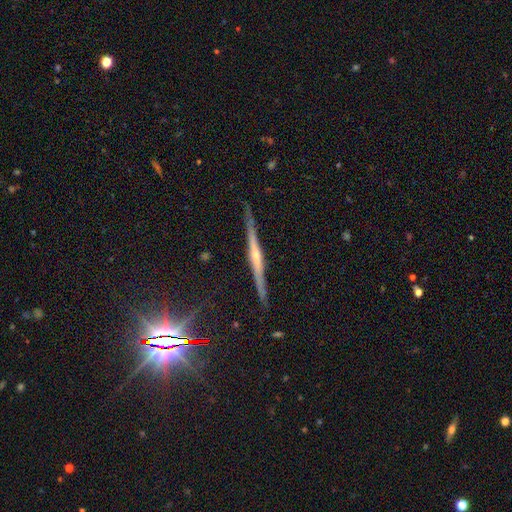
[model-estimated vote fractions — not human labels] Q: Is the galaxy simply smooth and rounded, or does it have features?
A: featured or disk — 76%.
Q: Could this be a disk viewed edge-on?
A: yes — 98%.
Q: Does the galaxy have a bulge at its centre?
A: rounded — 66%.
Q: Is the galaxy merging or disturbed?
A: none — 88%.